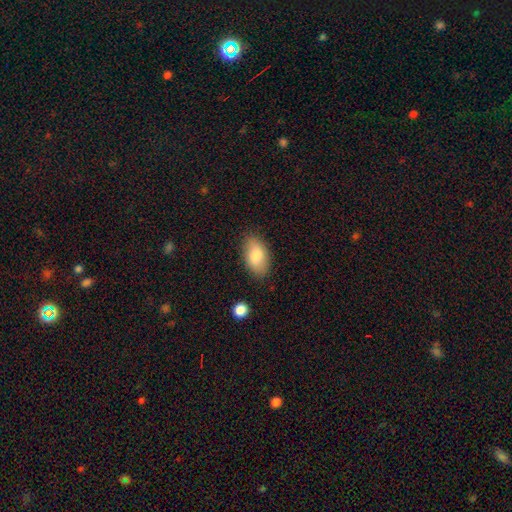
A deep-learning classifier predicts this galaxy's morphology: Smooth or featured? Predicted: smooth (p=0.80). How rounded? Predicted: in between (p=0.93). Merging? Predicted: none (p=0.84).